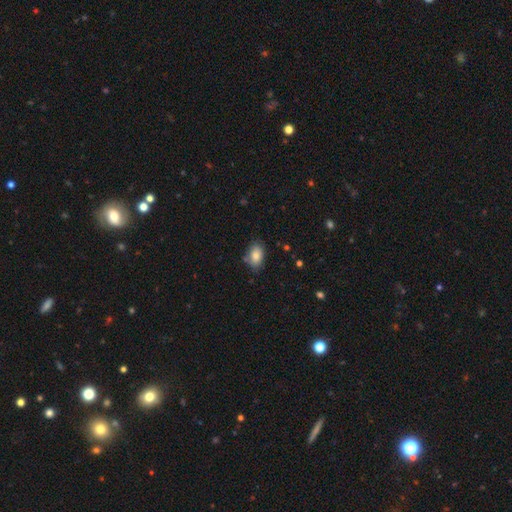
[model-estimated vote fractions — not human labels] A smooth galaxy with no disk features (84%) that is in between round and cigar-shaped (88%). Merging: none (80%).